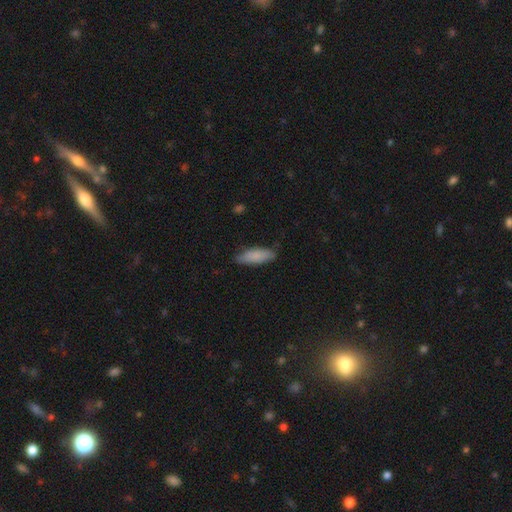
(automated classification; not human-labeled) Q: Smooth or featured?
A: smooth (84%); runner-up: featured or disk (10%)
Q: How rounded?
A: in between (60%); runner-up: cigar-shaped (38%)
Q: Merging?
A: none (78%); runner-up: minor disturbance (18%)